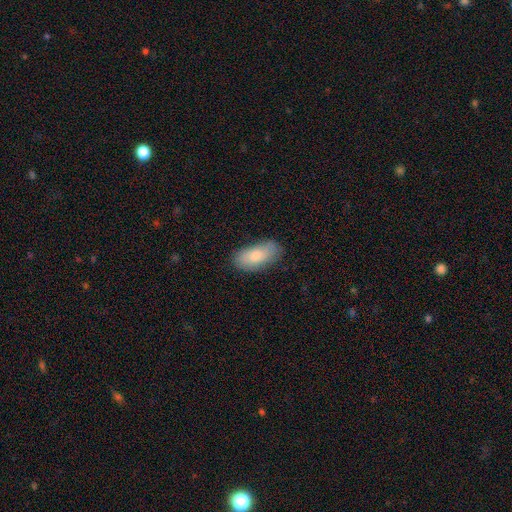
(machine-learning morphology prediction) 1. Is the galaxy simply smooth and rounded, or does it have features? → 79% smooth, 15% featured or disk, 6% star or artifact.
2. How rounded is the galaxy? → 91% in between, 6% cigar-shaped, 3% round.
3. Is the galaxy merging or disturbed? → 78% none, 17% minor disturbance, 3% major disturbance, 1% merger.